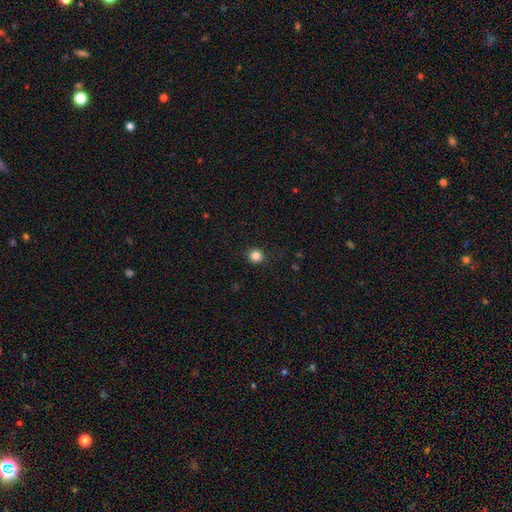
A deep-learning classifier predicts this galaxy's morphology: Smooth or featured? smooth (83%)
How rounded? round (86%)
Merging? none (86%)